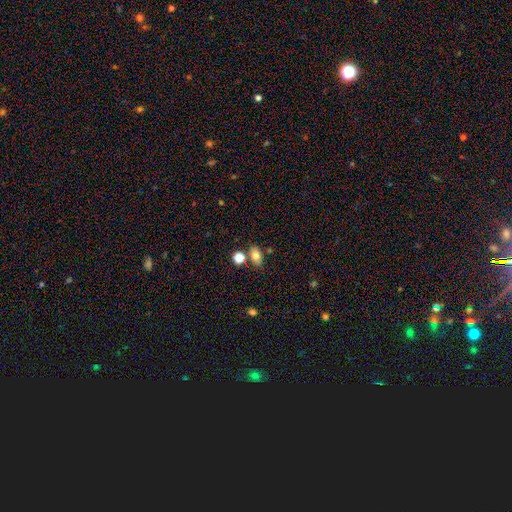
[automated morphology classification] Smooth or featured: smooth — 77% (featured or disk — 13%)
How rounded: in between — 80% (round — 17%)
Merging: none — 72% (merger — 13%)